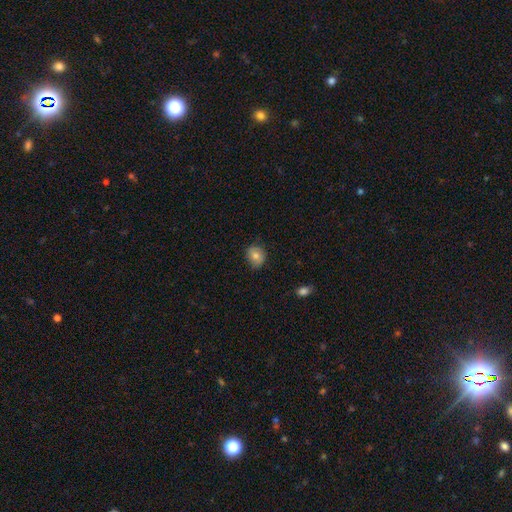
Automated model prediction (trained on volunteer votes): smooth_or_featured: smooth (p=0.77) [alt: featured or disk p=0.14]
how_rounded: round (p=0.68) [alt: in between p=0.31]
merging: none (p=0.75) [alt: minor disturbance p=0.20]